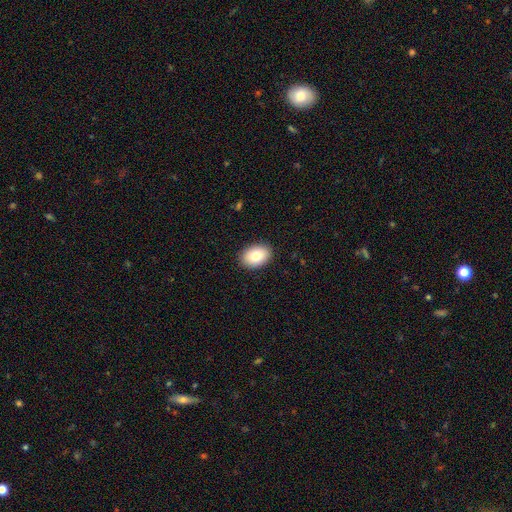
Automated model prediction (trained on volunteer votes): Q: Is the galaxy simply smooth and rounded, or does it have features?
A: smooth — 80%.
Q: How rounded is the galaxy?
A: in between — 80%.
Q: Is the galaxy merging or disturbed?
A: none — 90%.